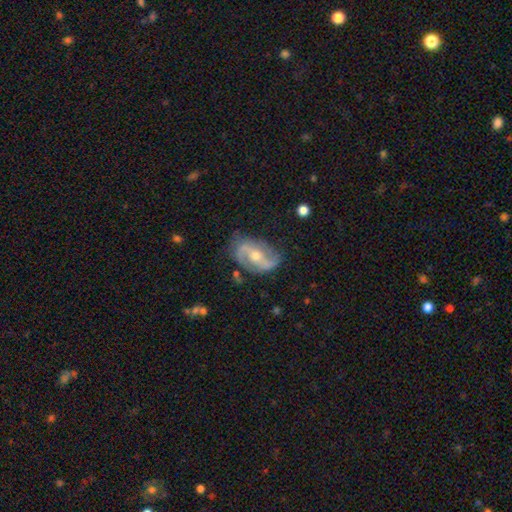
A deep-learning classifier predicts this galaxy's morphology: smooth-or-featured: featured or disk: 85% | smooth: 9% | star or artifact: 6%
  disk-edge-on: no: 96% | yes: 4%
    bar: weak: 37% | no: 36% | strong: 27%
    has-spiral-arms: yes: 94% | no: 6%
      spiral-winding: loose: 46% | medium: 38% | tight: 15%
      spiral-arm-count: 2: 89% | can't tell: 4% | 1: 2% | 3: 2% | 4: 1% | more than 4: 1%
    bulge-size: moderate: 60% | small: 36% | large: 2% | none: 1% | dominant: 1%
  merging: none: 73% | minor disturbance: 19% | major disturbance: 7% | merger: 2%